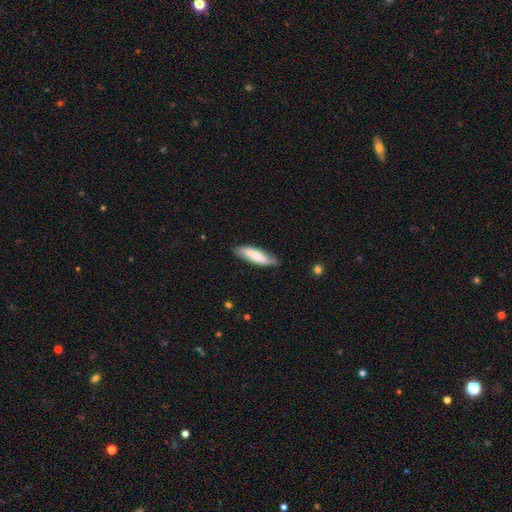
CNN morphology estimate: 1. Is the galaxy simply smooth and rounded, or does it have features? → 55% smooth, 39% featured or disk, 5% star or artifact.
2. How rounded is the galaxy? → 60% cigar-shaped, 38% in between, 2% round.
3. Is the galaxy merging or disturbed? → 78% none, 17% minor disturbance, 3% major disturbance, 1% merger.